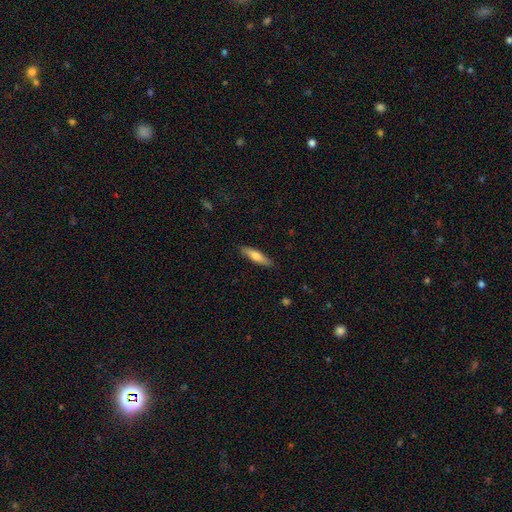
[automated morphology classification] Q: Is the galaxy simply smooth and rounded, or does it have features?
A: smooth — 69%.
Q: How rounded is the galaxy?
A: cigar-shaped — 72%.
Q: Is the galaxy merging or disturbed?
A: none — 88%.